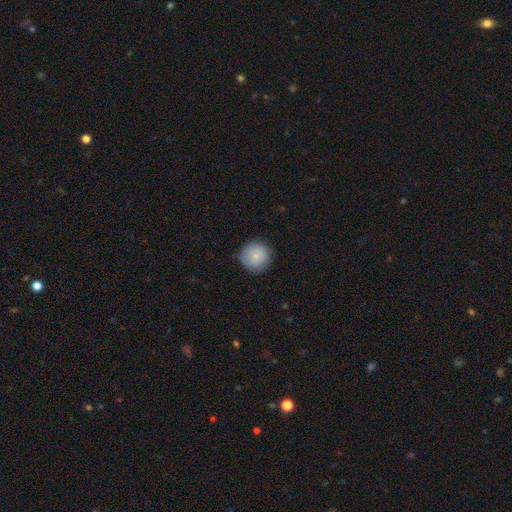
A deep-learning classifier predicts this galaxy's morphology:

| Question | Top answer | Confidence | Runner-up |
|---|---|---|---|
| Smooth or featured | smooth | 80% | featured or disk (13%) |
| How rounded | round | 93% | in between (6%) |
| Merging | none | 84% | minor disturbance (12%) |